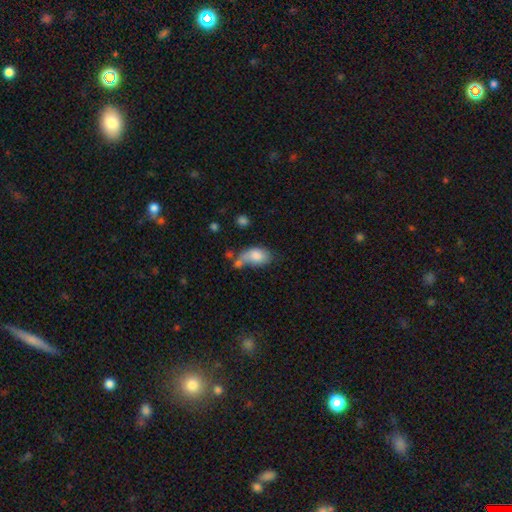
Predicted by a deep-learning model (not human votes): A smooth galaxy with no disk features (79%) that is in between round and cigar-shaped (87%). Merging: none (30%, tied with merger).